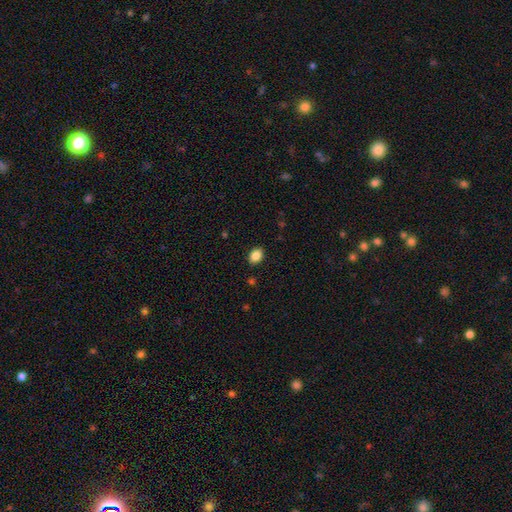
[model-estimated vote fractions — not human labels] This appears to be a smooth galaxy with no disk features (87%) that is in between round and cigar-shaped (72%). Merging: none (88%).